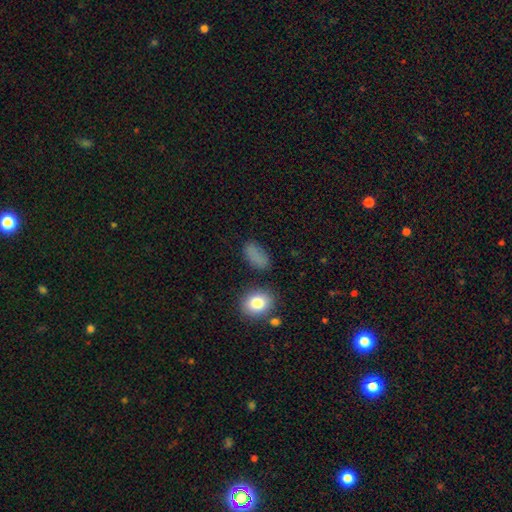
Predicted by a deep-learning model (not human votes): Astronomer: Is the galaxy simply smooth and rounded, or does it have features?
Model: smooth — 82%.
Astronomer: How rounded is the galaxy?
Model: in between — 87%.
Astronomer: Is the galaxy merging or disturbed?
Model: none — 73%.